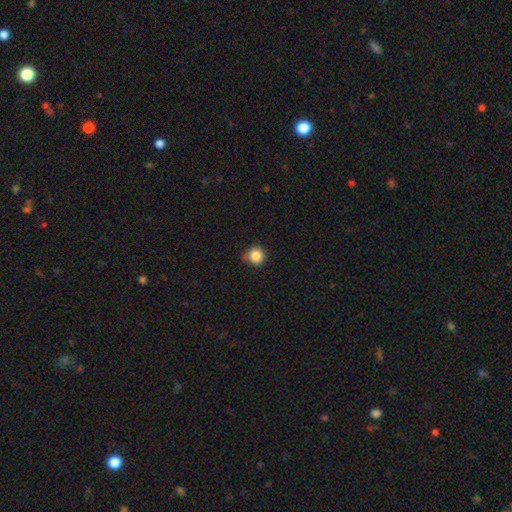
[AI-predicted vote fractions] Smooth or featured?
  - smooth: 85% *
  - star or artifact: 11%
  - featured or disk: 4%
How rounded?
  - round: 94% *
  - in between: 5%
  - cigar-shaped: 1%
Merging?
  - none: 79% *
  - minor disturbance: 17%
  - major disturbance: 3%
  - merger: 2%